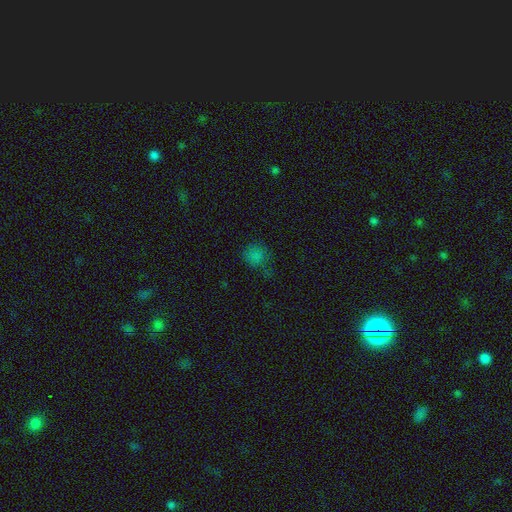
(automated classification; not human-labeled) Morphology: type=smooth (69%); roundness=round (84%); merging=none (59%).